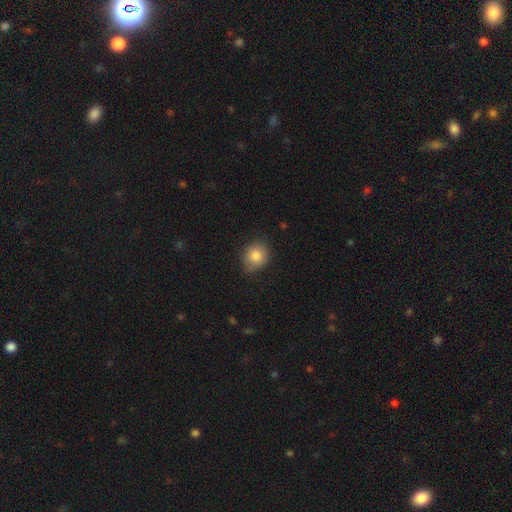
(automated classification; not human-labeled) Smooth or featured: smooth — 83% (featured or disk — 8%)
How rounded: round — 70% (in between — 29%)
Merging: none — 73% (minor disturbance — 22%)